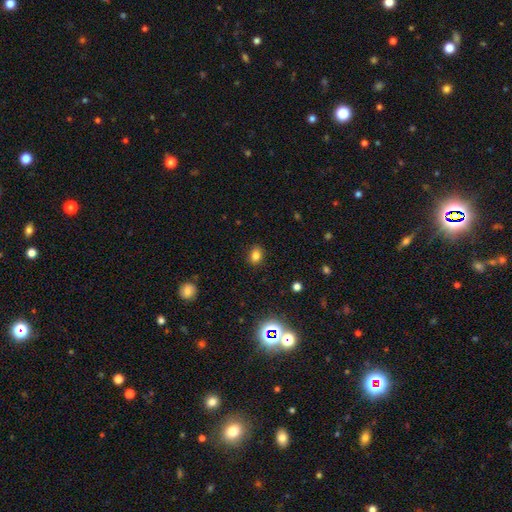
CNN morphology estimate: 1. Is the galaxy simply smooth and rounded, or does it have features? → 80% smooth, 14% star or artifact, 6% featured or disk.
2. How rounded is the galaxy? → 53% in between, 46% round, 1% cigar-shaped.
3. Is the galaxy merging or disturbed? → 87% none, 10% minor disturbance, 3% major disturbance, 1% merger.